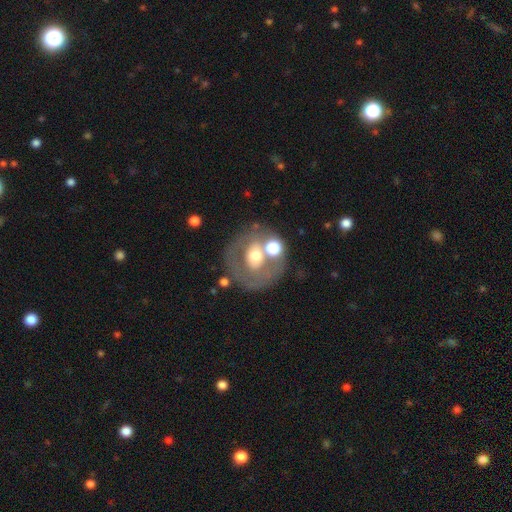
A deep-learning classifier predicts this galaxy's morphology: A featured or disk galaxy (49%). Merging: none (59%).